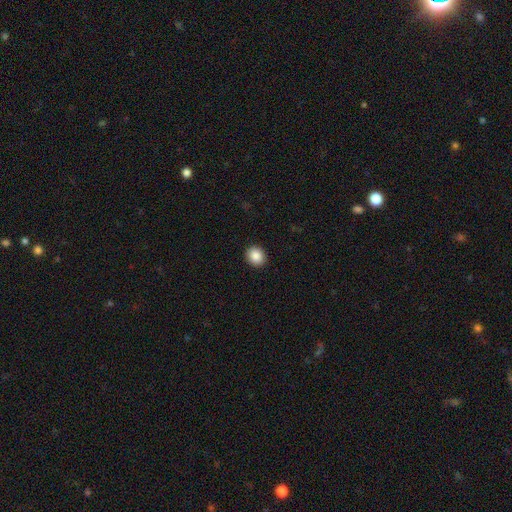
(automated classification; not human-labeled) This is clearly a smooth galaxy (87%). How rounded: likely round (74%). Merging: clearly none (92%).